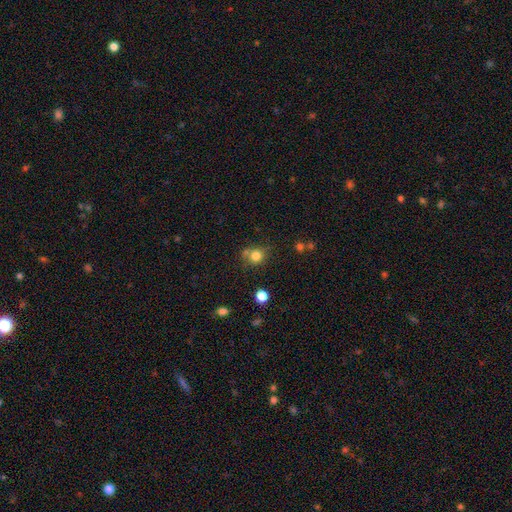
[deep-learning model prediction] This is clearly a smooth galaxy (80%). How rounded: clearly round (84%). Merging: likely none (66%).